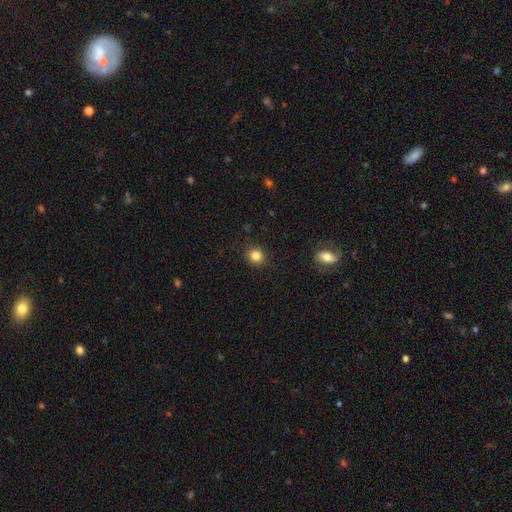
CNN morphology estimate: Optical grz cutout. It shows a smooth galaxy with no disk features (84%) that is round (84%). Merging: none (89%).